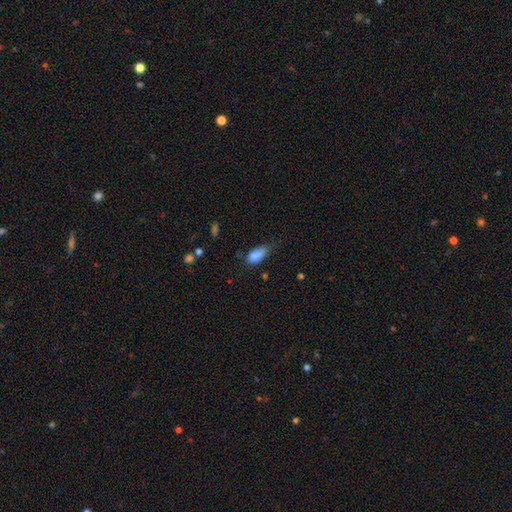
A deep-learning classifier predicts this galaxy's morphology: This appears to be a smooth galaxy with no disk features (83%) that is in between round and cigar-shaped (87%). Merging: none (45%).